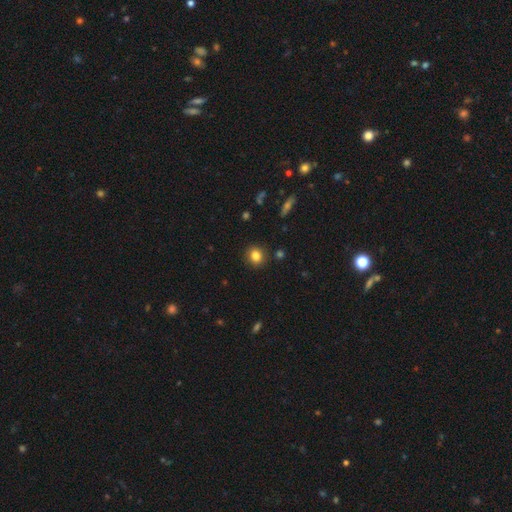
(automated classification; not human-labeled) Morphology: type=smooth (83%); roundness=round (77%); merging=none (88%).